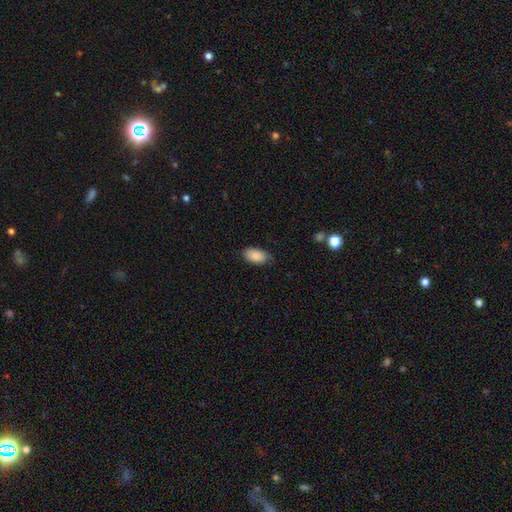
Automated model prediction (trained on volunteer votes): Smooth or featured?
  - smooth: 86% *
  - star or artifact: 7%
  - featured or disk: 7%
How rounded?
  - in between: 94% *
  - round: 4%
  - cigar-shaped: 2%
Merging?
  - none: 77% *
  - minor disturbance: 19%
  - major disturbance: 3%
  - merger: 1%